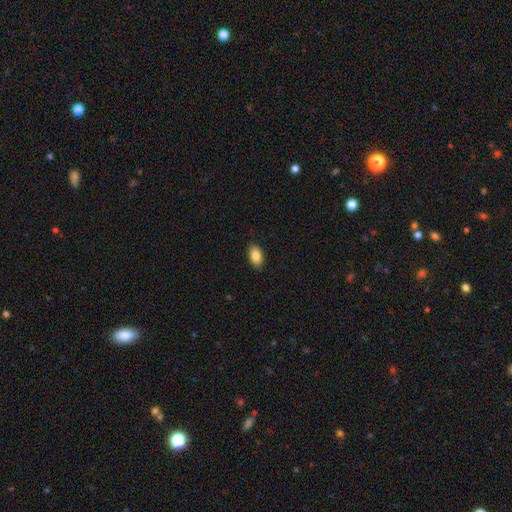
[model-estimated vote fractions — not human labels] smooth 86%, star or artifact 7%, featured or disk 7%. Down the decision tree: how rounded — in between (92%); merging — none (89%).